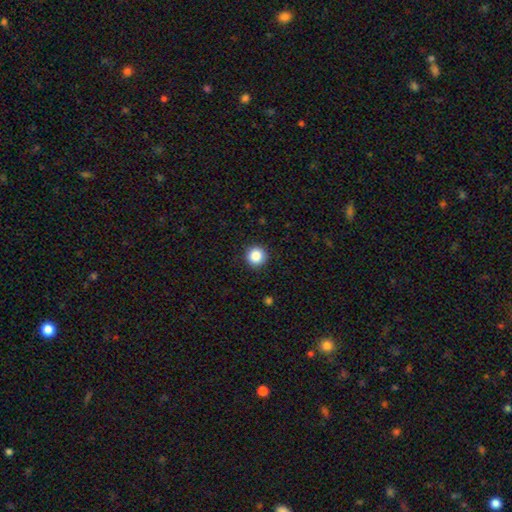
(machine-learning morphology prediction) A smooth galaxy with no disk features (87%) that is round (95%). Merging: none (92%).